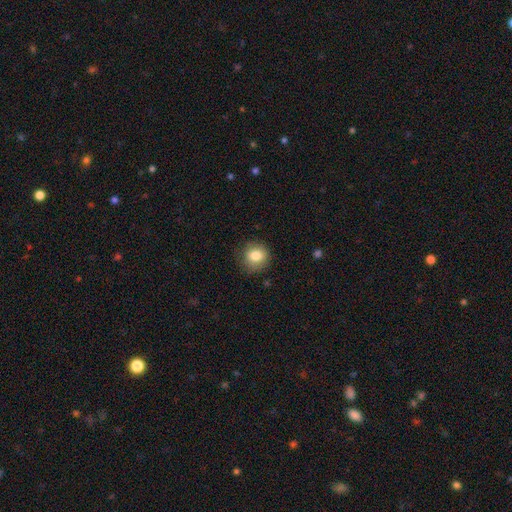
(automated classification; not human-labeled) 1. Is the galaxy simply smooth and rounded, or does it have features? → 82% smooth, 9% star or artifact, 8% featured or disk.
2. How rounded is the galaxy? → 86% round, 13% in between, 1% cigar-shaped.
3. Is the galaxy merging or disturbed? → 83% none, 13% minor disturbance, 3% major disturbance, 1% merger.